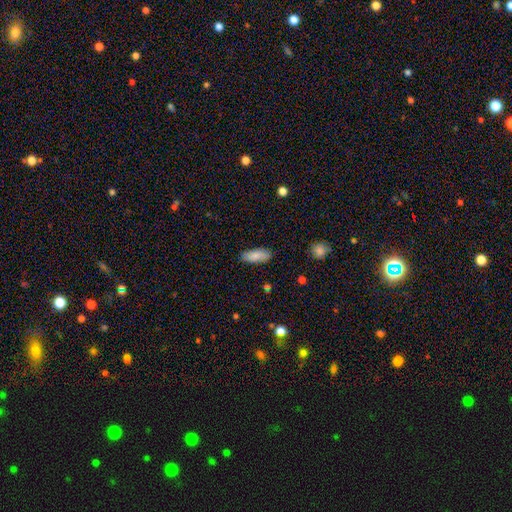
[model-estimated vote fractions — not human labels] Smooth or featured: smooth — 87% (featured or disk — 7%)
How rounded: in between — 76% (cigar-shaped — 23%)
Merging: none — 87% (minor disturbance — 10%)